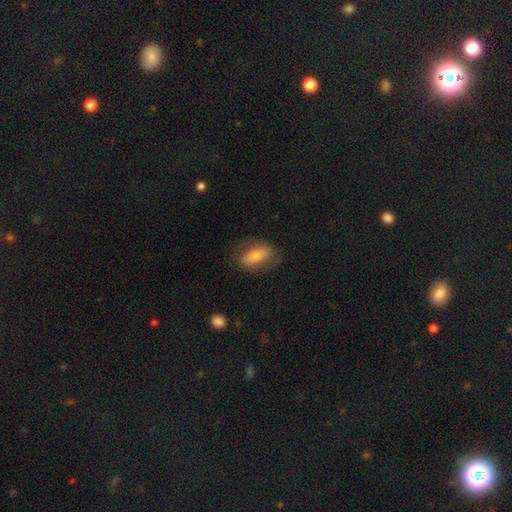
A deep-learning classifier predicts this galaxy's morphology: Smooth or featured? smooth (53%)
How rounded? in between (84%)
Merging? none (74%)